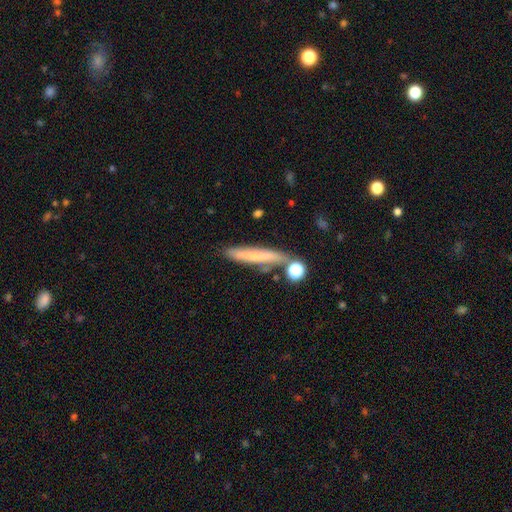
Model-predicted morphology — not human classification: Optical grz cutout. It shows a smooth galaxy with no disk features (59%) that is cigar-shaped (91%). Merging: none (70%).